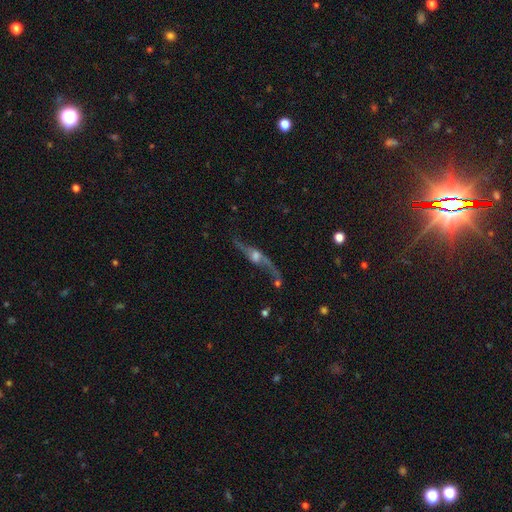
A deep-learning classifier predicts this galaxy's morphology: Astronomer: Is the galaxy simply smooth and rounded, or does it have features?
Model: featured or disk — 83%.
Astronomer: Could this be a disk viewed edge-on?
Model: no — 56% (runner-up: yes, 44%).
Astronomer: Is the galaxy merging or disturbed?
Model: none — 59%.